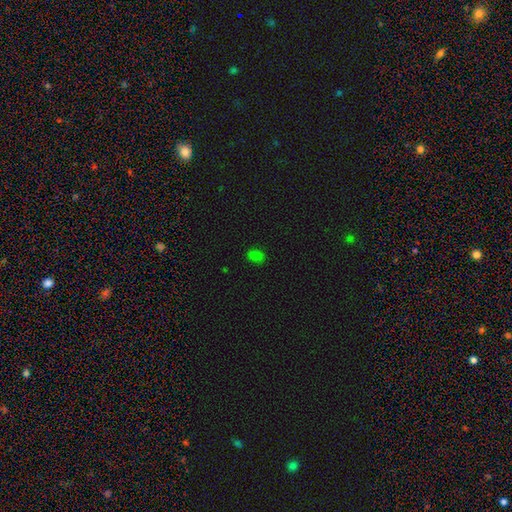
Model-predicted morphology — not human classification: A smooth galaxy with no disk features (76%) that is in between round and cigar-shaped (78%).

Vote fractions:
- Smooth or featured? smooth: 76% / star or artifact: 20% / featured or disk: 3%
- How rounded? in between: 78% / round: 20% / cigar-shaped: 2%
- Merging? none: 84% / minor disturbance: 12% / major disturbance: 3% / merger: 2%